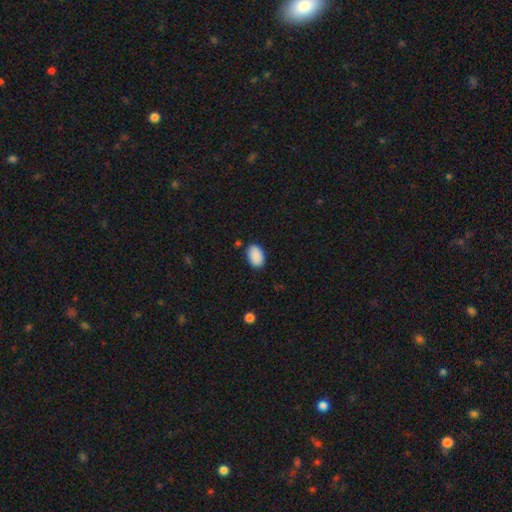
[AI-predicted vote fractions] This appears to be a smooth galaxy with no disk features (90%) that is in between round and cigar-shaped (90%). Merging: none (85%).